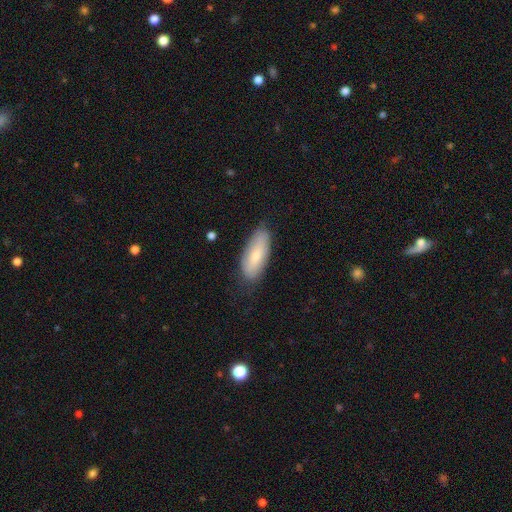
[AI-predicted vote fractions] Smooth or featured?
  - smooth: 70% *
  - featured or disk: 24%
  - star or artifact: 6%
How rounded?
  - in between: 80% *
  - cigar-shaped: 18%
  - round: 2%
Merging?
  - none: 76% *
  - minor disturbance: 19%
  - major disturbance: 4%
  - merger: 1%